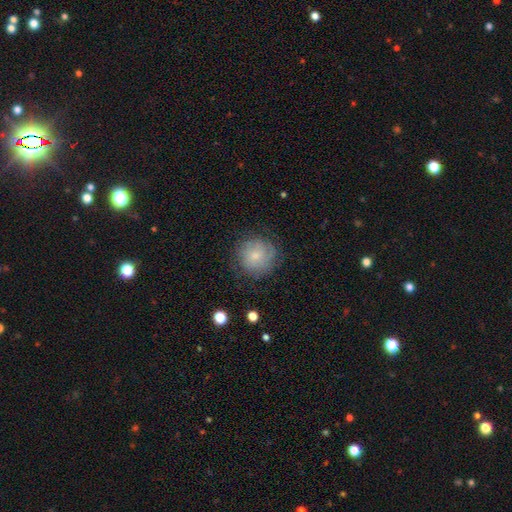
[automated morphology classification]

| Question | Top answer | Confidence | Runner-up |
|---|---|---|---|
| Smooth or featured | smooth | 62% | featured or disk (29%) |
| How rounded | round | 91% | in between (9%) |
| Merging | none | 73% | minor disturbance (18%) |